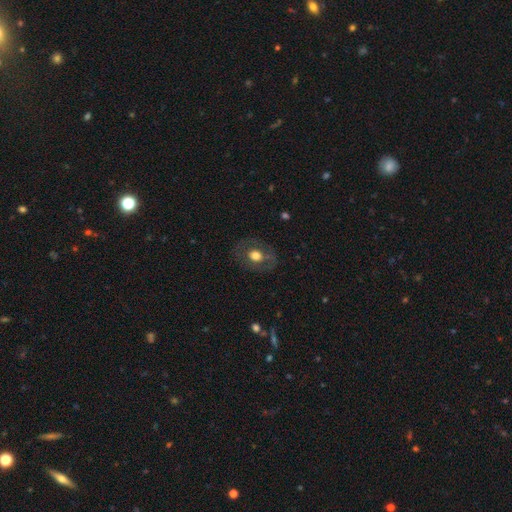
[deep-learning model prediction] This is possibly a smooth galaxy (55%). How rounded: possibly in between (52%). Merging: likely none (79%).